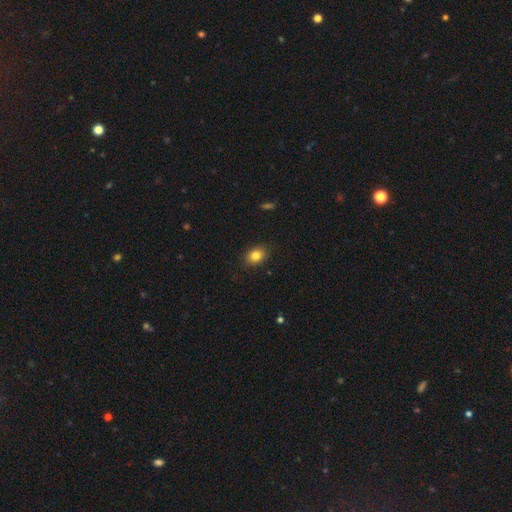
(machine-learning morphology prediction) smooth_or_featured: smooth (p=0.82) [alt: star or artifact p=0.10]
how_rounded: in between (p=0.64) [alt: round p=0.35]
merging: none (p=0.87) [alt: minor disturbance p=0.10]